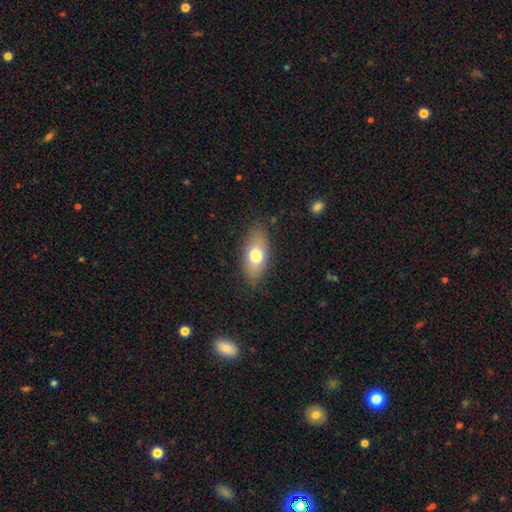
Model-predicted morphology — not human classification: smooth_or_featured: smooth (p=0.72) [alt: featured or disk p=0.21]
how_rounded: in between (p=0.85) [alt: cigar-shaped p=0.10]
merging: none (p=0.83) [alt: minor disturbance p=0.13]